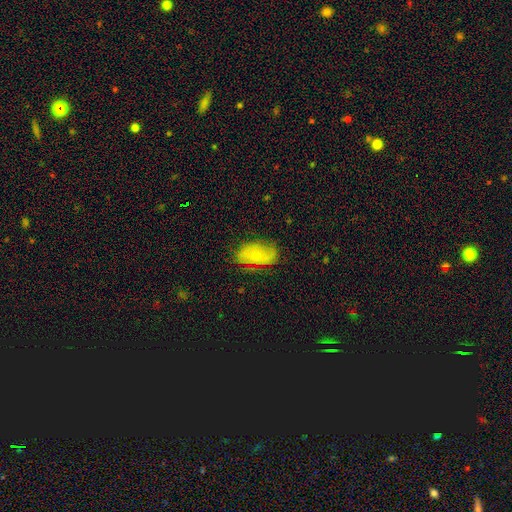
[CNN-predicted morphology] smooth-or-featured: smooth: 50% | featured or disk: 42% | star or artifact: 8%
  merging: none: 68% | minor disturbance: 23% | major disturbance: 8% | merger: 1%